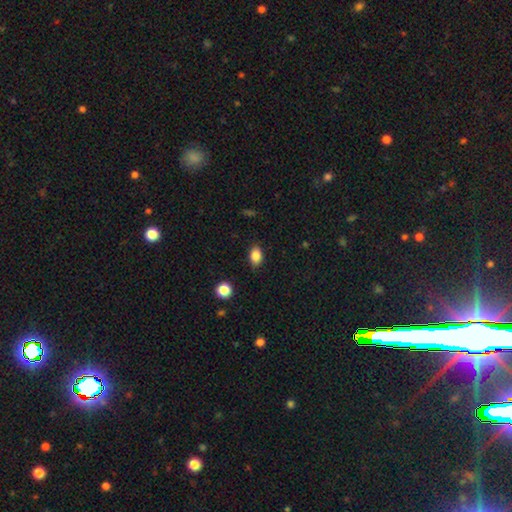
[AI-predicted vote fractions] Smooth or featured: smooth — 86% (star or artifact — 10%)
How rounded: in between — 80% (round — 18%)
Merging: none — 86% (minor disturbance — 10%)